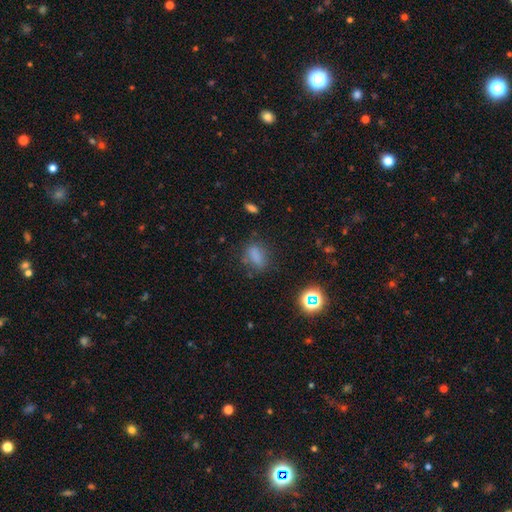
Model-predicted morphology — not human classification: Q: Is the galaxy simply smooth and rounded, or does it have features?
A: smooth — 75%.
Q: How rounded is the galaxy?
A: in between — 73%.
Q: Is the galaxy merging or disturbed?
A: none — 68%.